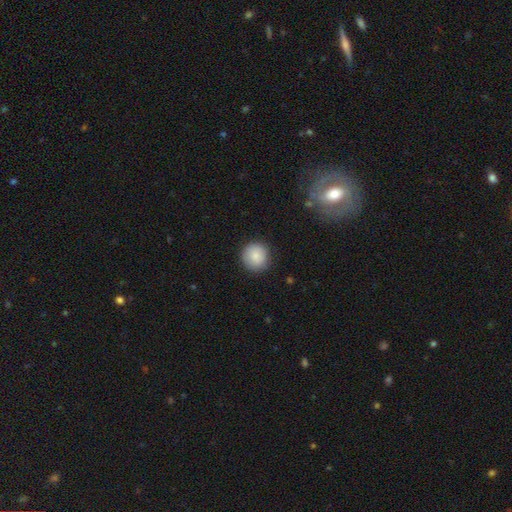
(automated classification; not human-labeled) A smooth galaxy with no disk features (86%) that is round (92%). Merging: none (88%).